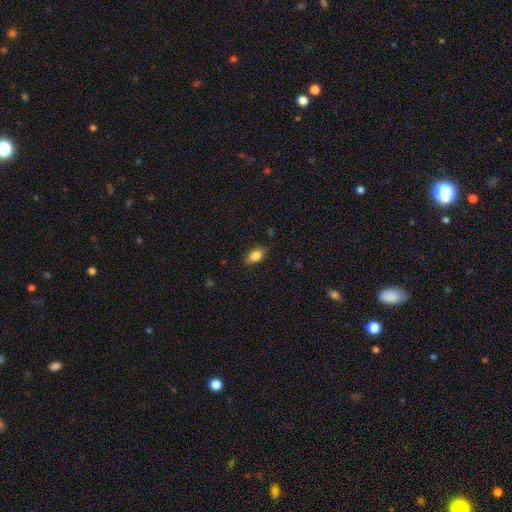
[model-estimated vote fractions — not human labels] Smooth or featured: smooth — 84% (featured or disk — 8%)
How rounded: in between — 85% (round — 10%)
Merging: none — 82% (minor disturbance — 14%)